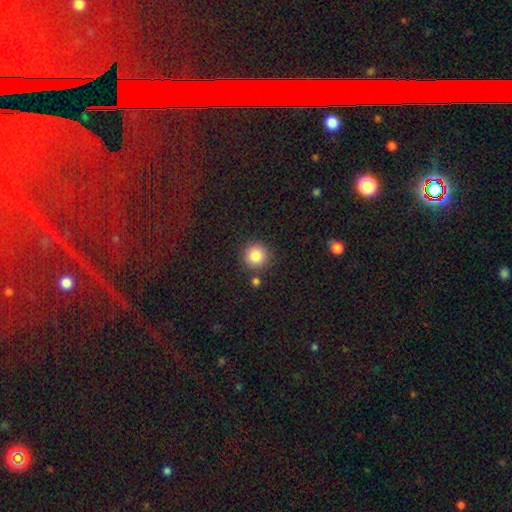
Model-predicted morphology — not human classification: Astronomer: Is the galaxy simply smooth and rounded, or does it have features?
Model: smooth — 84%.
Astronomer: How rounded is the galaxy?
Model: round — 94%.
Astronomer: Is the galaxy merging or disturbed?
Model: none — 85%.